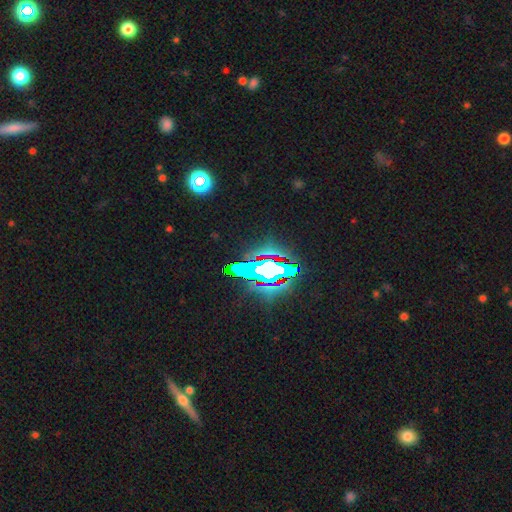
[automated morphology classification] The model was most divided on "smooth or featured": star or artifact: 79%, featured or disk: 11%, smooth: 10%.